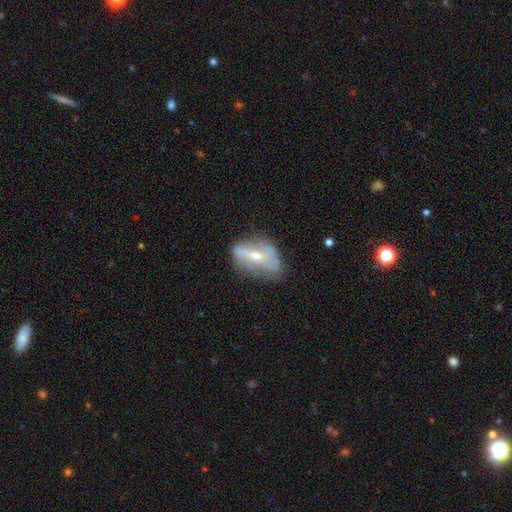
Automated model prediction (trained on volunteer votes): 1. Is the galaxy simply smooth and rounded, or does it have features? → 68% featured or disk, 24% smooth, 8% star or artifact.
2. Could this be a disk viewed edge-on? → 90% no, 10% yes.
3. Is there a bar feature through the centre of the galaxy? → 37% weak, 34% strong, 29% no.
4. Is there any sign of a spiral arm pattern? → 65% yes, 35% no.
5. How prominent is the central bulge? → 53% moderate, 42% small, 2% large, 2% none, 1% dominant.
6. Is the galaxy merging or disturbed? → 56% none, 28% minor disturbance, 13% major disturbance, 2% merger.